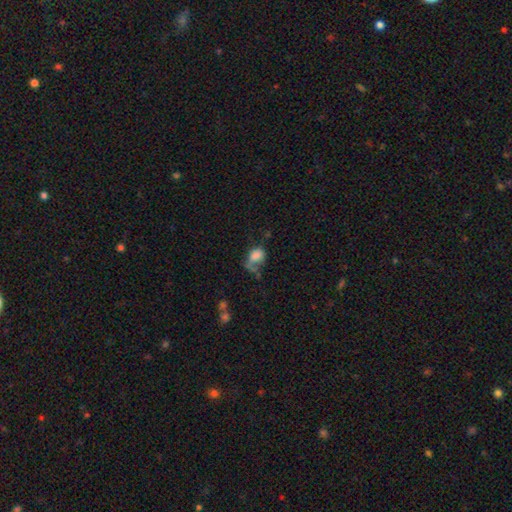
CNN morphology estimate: type=smooth (71%); roundness=in between (75%); merging=major disturbance (38%).